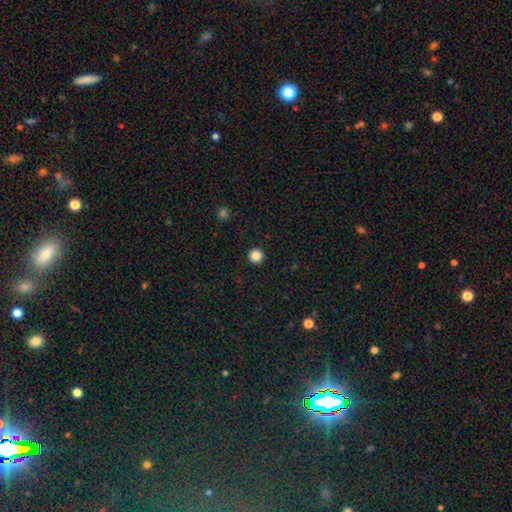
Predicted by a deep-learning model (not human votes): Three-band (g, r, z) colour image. It shows a smooth galaxy with no disk features (86%) that is round (96%). Merging: none (94%).